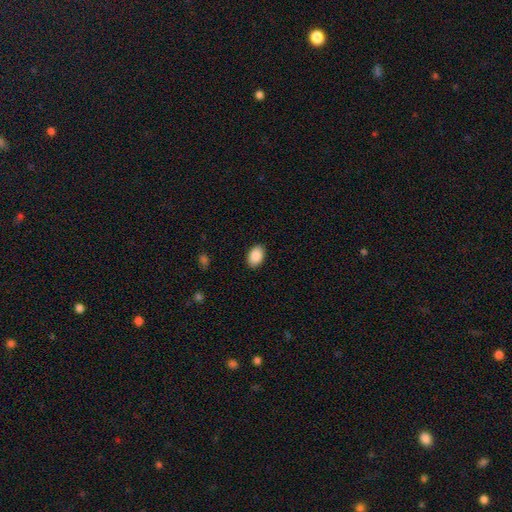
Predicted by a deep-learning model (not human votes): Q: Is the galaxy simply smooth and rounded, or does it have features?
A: smooth — 90%.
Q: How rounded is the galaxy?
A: in between — 87%.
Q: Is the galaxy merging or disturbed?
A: none — 89%.